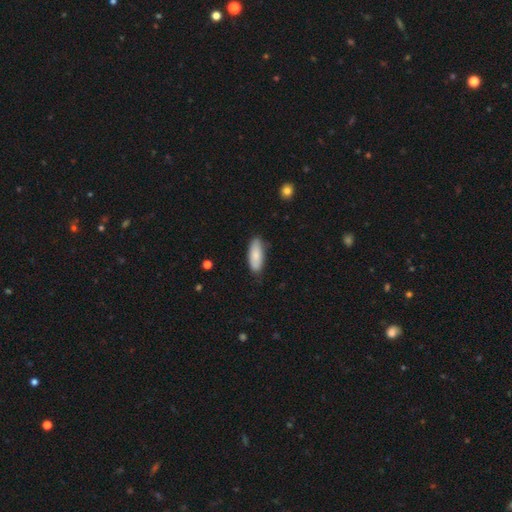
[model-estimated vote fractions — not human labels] This is clearly a smooth galaxy (82%). How rounded: likely in between (74%). Merging: likely none (79%).